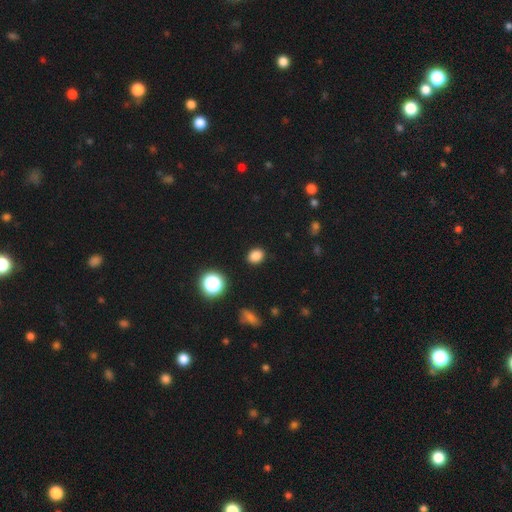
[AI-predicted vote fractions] A smooth galaxy with no disk features (83%) that is round (52%). Merging: none (89%).